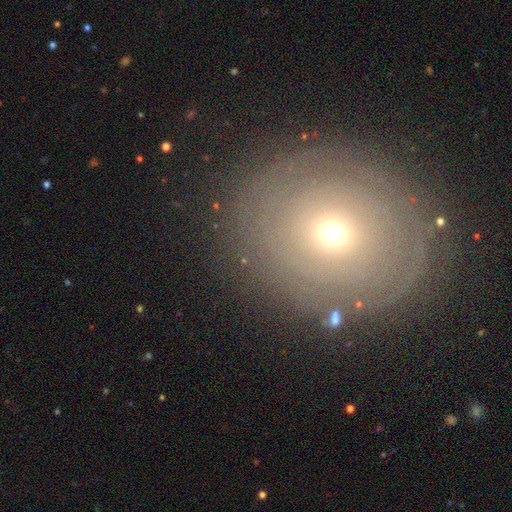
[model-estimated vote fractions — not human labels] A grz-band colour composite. It shows a featured or disk galaxy (48%). Merging: none (84%).